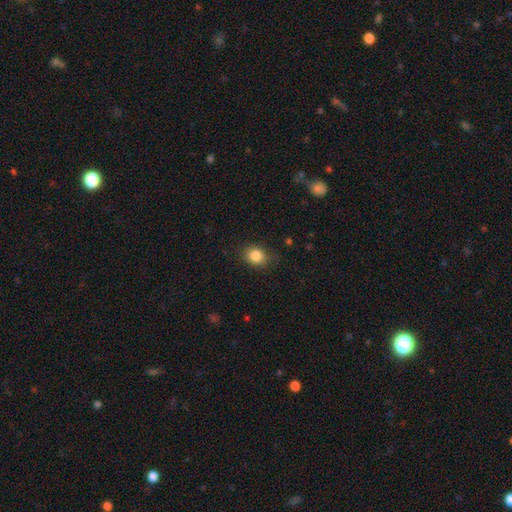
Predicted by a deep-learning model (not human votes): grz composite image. It shows a smooth galaxy with no disk features (85%) that is round (54%). Merging: none (82%).